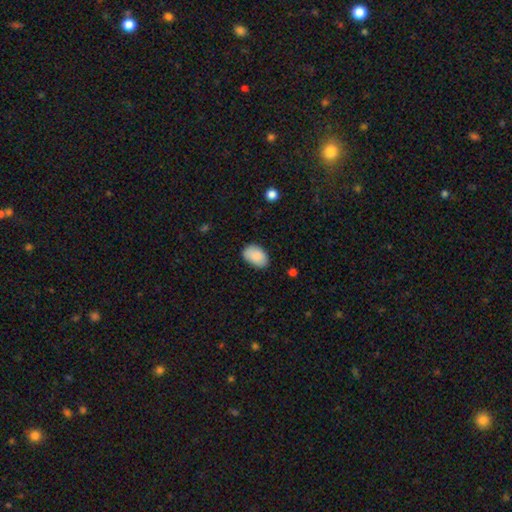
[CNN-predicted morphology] Smooth or featured? smooth (88%)
How rounded? in between (89%)
Merging? none (80%)